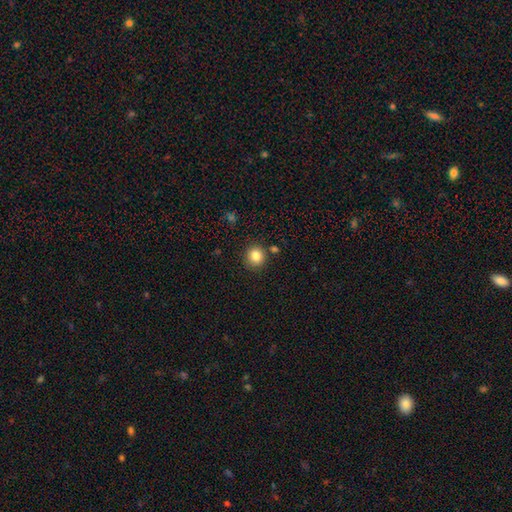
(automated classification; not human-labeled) smooth 85%, star or artifact 10%, featured or disk 5%. Down the decision tree: how rounded — round (89%); merging — none (86%).